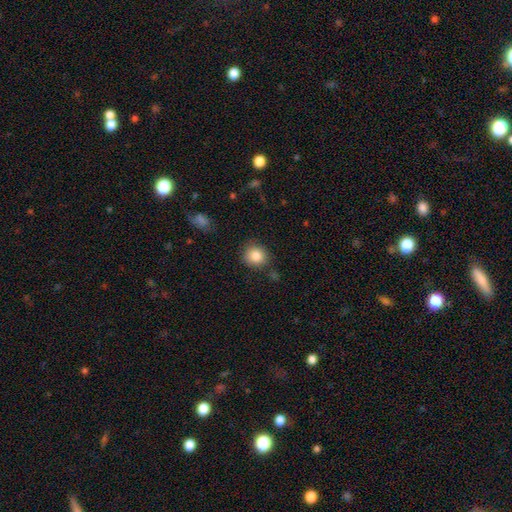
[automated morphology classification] Smooth or featured: smooth — 85% (star or artifact — 9%)
How rounded: round — 84% (in between — 15%)
Merging: none — 81% (minor disturbance — 13%)